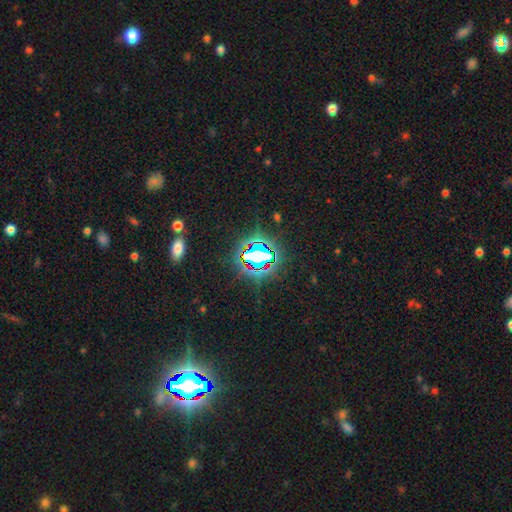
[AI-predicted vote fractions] A star or artifact, not a galaxy (75%).